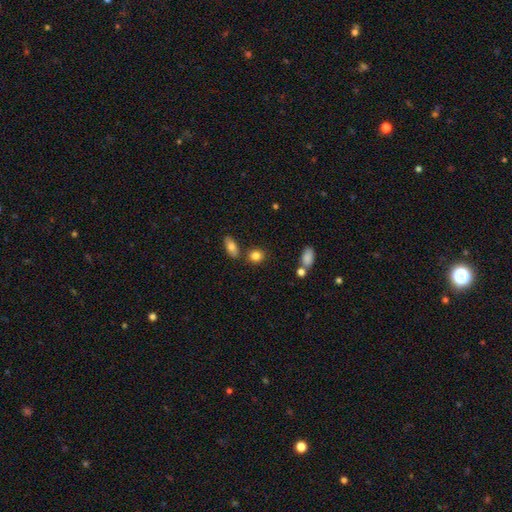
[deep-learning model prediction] smooth 84%, star or artifact 10%, featured or disk 7%. Down the decision tree: how rounded — round (66%); merging — none (75%).